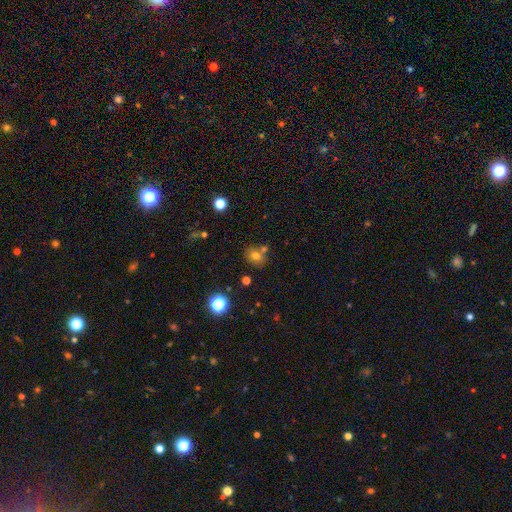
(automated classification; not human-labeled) smooth-or-featured: smooth: 69% | star or artifact: 17% | featured or disk: 14%
  how-rounded: round: 63% | in between: 36% | cigar-shaped: 1%
  merging: none: 64% | merger: 20% | minor disturbance: 12% | major disturbance: 4%